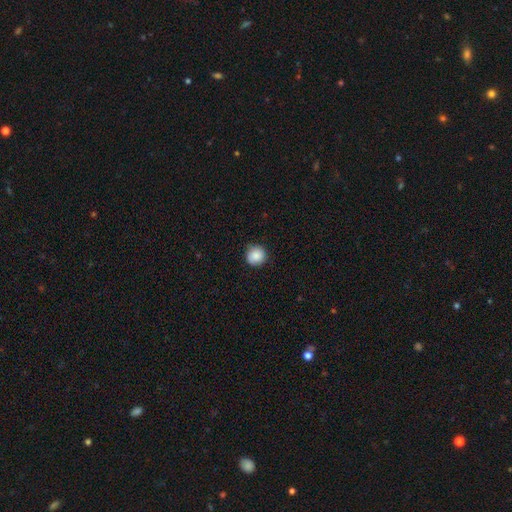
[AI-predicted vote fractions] Q: Smooth or featured?
A: smooth (87%); runner-up: star or artifact (8%)
Q: How rounded?
A: round (94%); runner-up: in between (5%)
Q: Merging?
A: none (87%); runner-up: minor disturbance (10%)